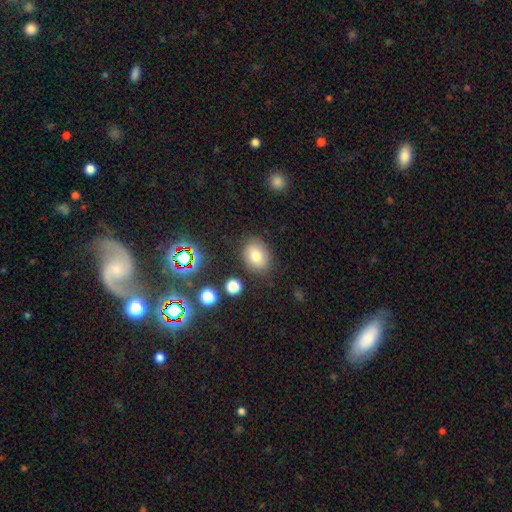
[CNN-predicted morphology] Smooth or featured? Predicted: smooth (p=0.76). How rounded? Predicted: in between (p=0.55). Merging? Predicted: none (p=0.81).